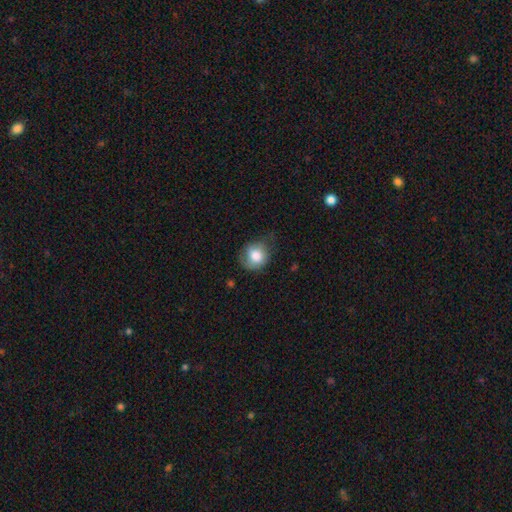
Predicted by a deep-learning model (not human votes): smooth-or-featured: smooth: 81% | featured or disk: 12% | star or artifact: 8%
  how-rounded: round: 75% | in between: 25% | cigar-shaped: 1%
  merging: none: 54% | minor disturbance: 33% | major disturbance: 12% | merger: 2%